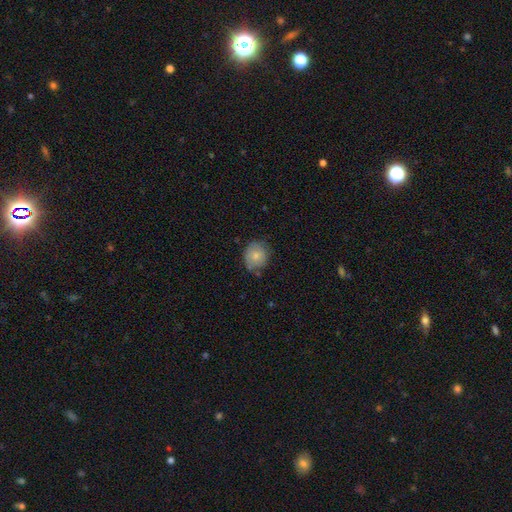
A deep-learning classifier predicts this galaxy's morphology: Smooth or featured: smooth — 77% (featured or disk — 16%)
How rounded: round — 78% (in between — 21%)
Merging: none — 69% (minor disturbance — 24%)